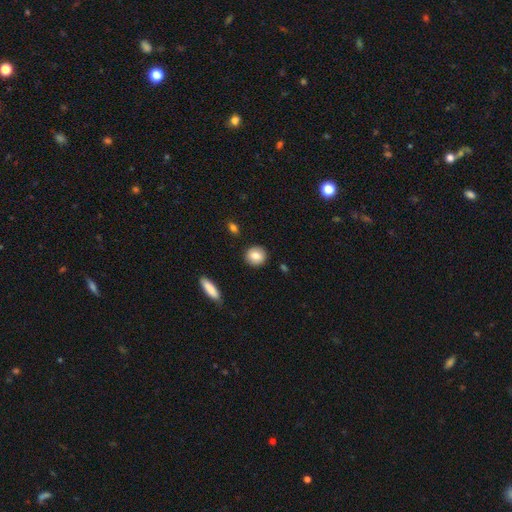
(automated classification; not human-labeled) Q: Smooth or featured?
A: smooth (80%); runner-up: featured or disk (12%)
Q: How rounded?
A: round (85%); runner-up: in between (14%)
Q: Merging?
A: none (90%); runner-up: minor disturbance (6%)